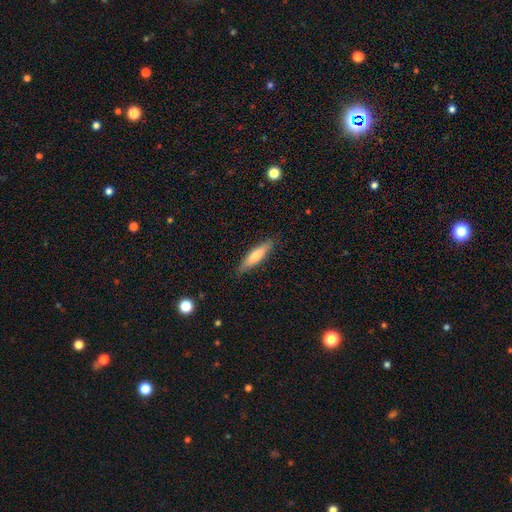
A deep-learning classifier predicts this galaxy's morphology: This appears to be a smooth galaxy with no disk features (71%) that is cigar-shaped (78%). Merging: none (86%).